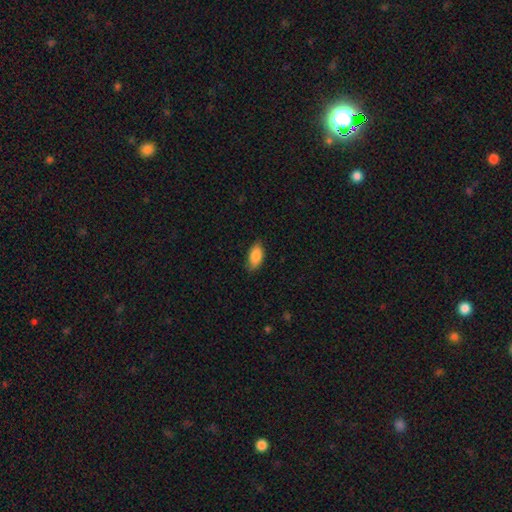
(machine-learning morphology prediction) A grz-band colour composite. It shows a smooth galaxy with no disk features (87%) that is in between round and cigar-shaped (90%). Merging: none (82%).